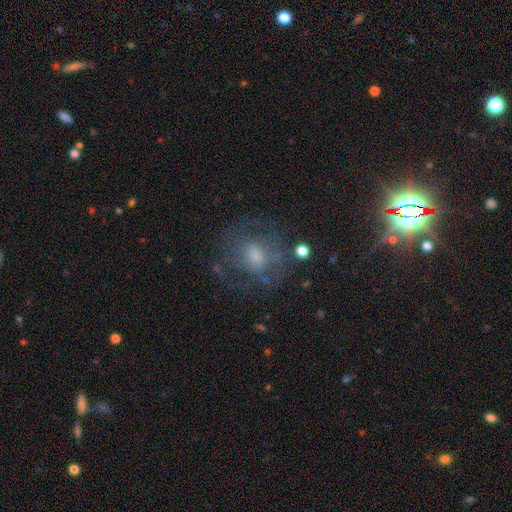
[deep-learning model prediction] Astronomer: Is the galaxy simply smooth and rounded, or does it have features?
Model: featured or disk — 48% (runner-up: smooth, 34%).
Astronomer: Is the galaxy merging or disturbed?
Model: none — 63%.